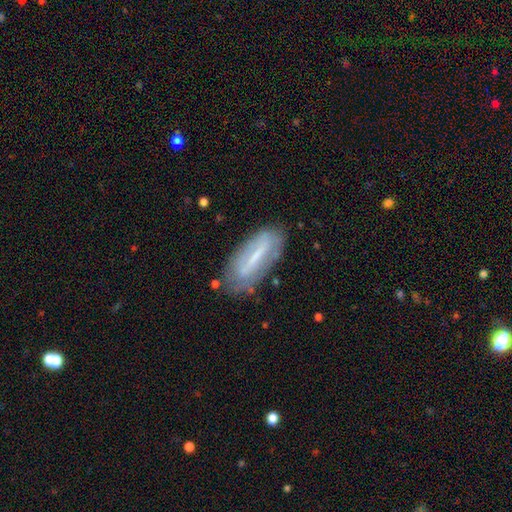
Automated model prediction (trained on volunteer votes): smooth_or_featured: featured or disk (p=0.57) [alt: smooth p=0.36]
disk_edge_on: no (p=0.75) [alt: yes p=0.25]
merging: none (p=0.75) [alt: minor disturbance p=0.18]